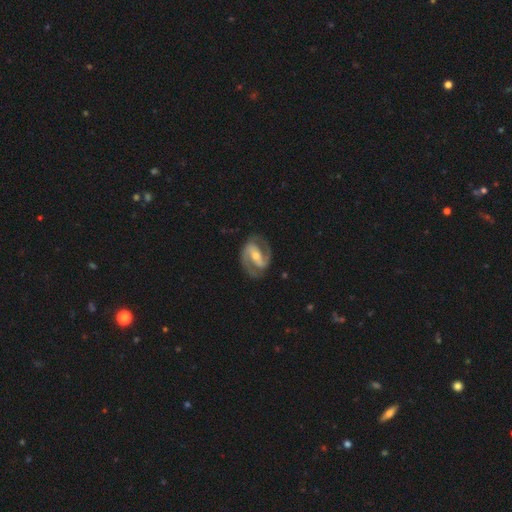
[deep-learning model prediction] smooth-or-featured: featured or disk: 88% | smooth: 8% | star or artifact: 4%
  disk-edge-on: no: 97% | yes: 3%
    bar: strong: 54% | weak: 31% | no: 15%
    has-spiral-arms: yes: 95% | no: 5%
      spiral-winding: medium: 54% | tight: 31% | loose: 15%
      spiral-arm-count: 2: 92% | can't tell: 3% | 1: 2% | 3: 1% | 4: 1% | more than 4: 1%
    bulge-size: moderate: 52% | small: 42% | large: 3% | none: 2% | dominant: 1%
  merging: none: 81% | minor disturbance: 12% | major disturbance: 5% | merger: 1%